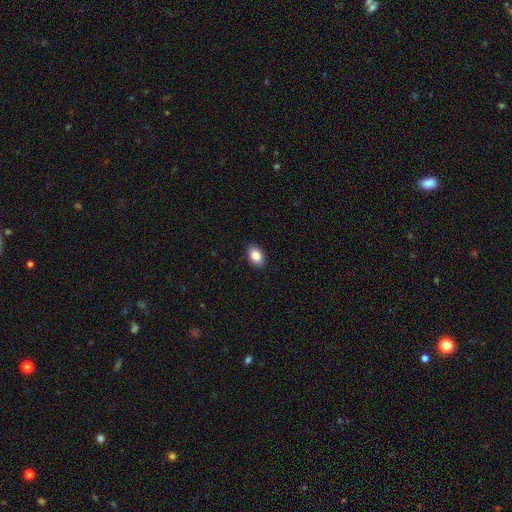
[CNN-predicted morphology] smooth_or_featured: smooth (p=0.84) [alt: featured or disk p=0.08]
how_rounded: in between (p=0.86) [alt: round p=0.12]
merging: none (p=0.90) [alt: minor disturbance p=0.08]